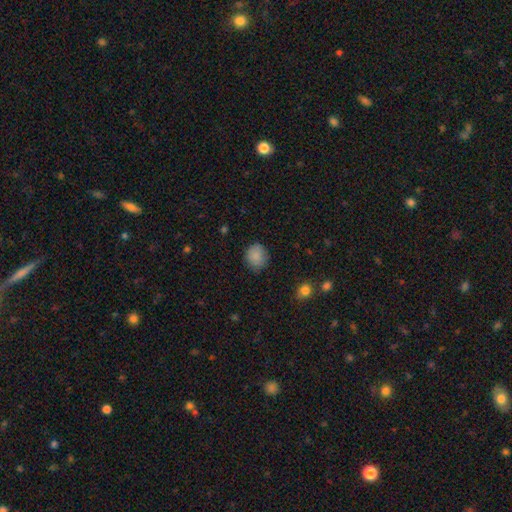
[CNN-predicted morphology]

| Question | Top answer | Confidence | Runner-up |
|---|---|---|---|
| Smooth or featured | smooth | 86% | star or artifact (9%) |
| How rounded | round | 75% | in between (24%) |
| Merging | none | 81% | minor disturbance (15%) |